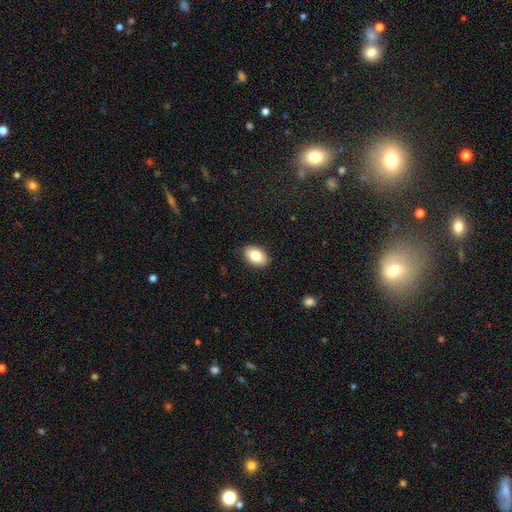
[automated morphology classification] Smooth or featured? smooth (82%)
How rounded? in between (90%)
Merging? none (89%)